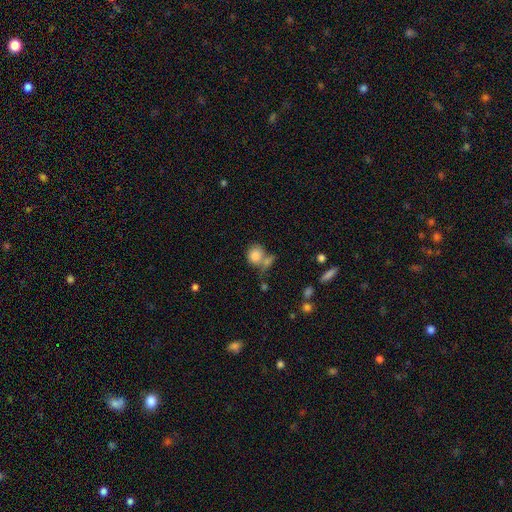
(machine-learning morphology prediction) Overall: smooth (82%). How rounded: round (74%). Merging: none (44%; merger 33%).